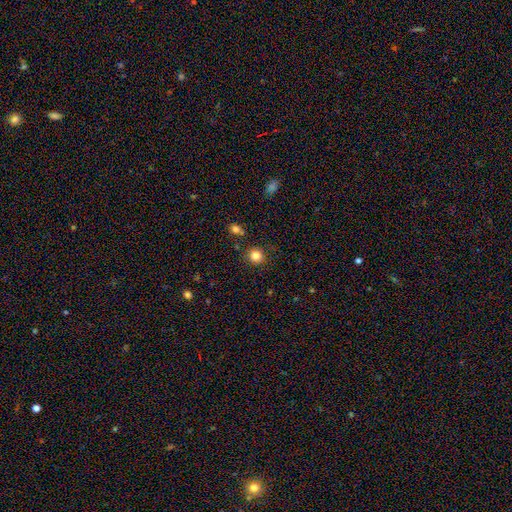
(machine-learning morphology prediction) A smooth galaxy with no disk features (83%) that is round (91%). Merging: none (87%).